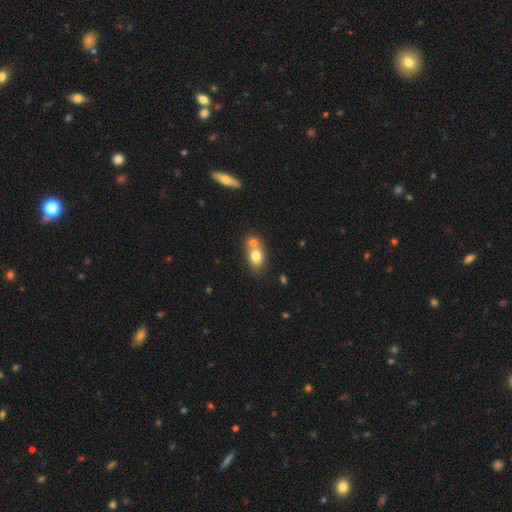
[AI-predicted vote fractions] smooth_or_featured: smooth (p=0.76) [alt: featured or disk p=0.15]
how_rounded: in between (p=0.70) [alt: round p=0.27]
merging: merger (p=0.51) [alt: none p=0.36]